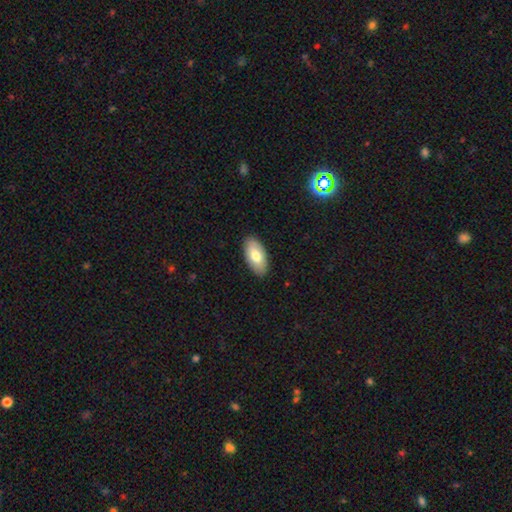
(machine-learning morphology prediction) type=smooth (75%); roundness=in between (94%); merging=none (89%).